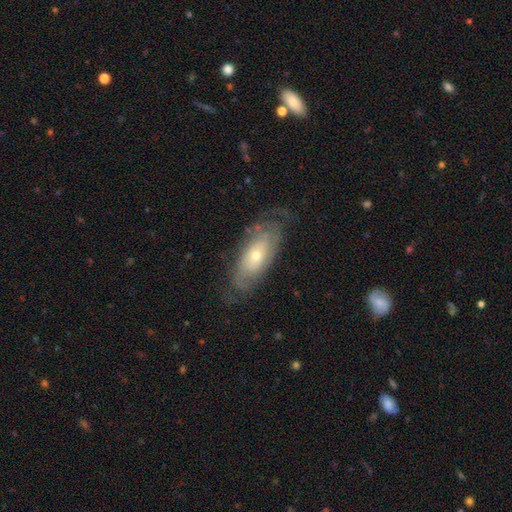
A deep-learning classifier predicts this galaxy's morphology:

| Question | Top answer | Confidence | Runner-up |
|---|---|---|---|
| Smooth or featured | featured or disk | 65% | smooth (28%) |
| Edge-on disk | no | 87% | yes (13%) |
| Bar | no | 81% | weak (15%) |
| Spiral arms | yes | 74% | no (26%) |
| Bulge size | small | 56% | moderate (39%) |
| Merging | none | 67% | minor disturbance (20%) |